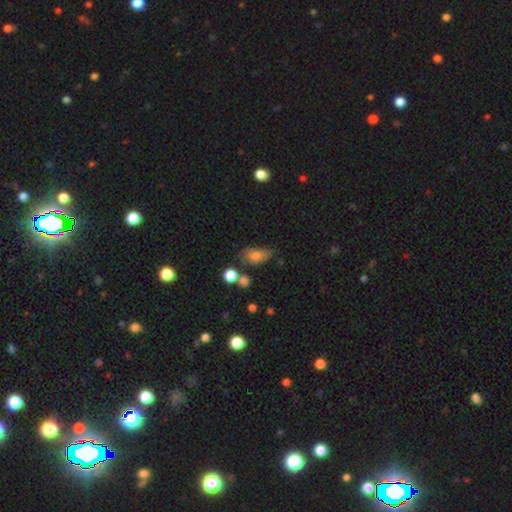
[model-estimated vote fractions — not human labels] smooth_or_featured: smooth (p=0.75) [alt: featured or disk p=0.14]
how_rounded: in between (p=0.86) [alt: round p=0.11]
merging: none (p=0.45) [alt: minor disturbance p=0.33]